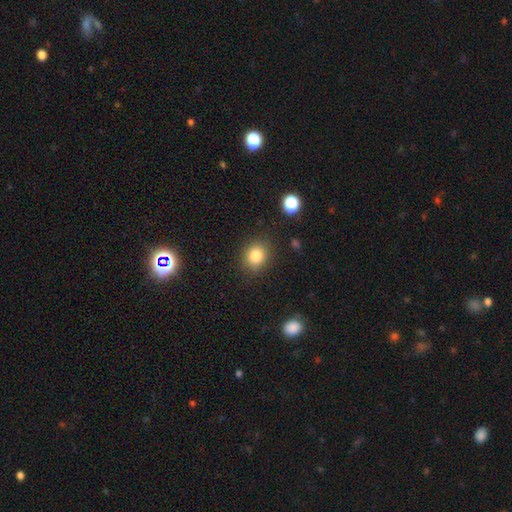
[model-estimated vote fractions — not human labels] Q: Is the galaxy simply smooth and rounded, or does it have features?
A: smooth — 82%.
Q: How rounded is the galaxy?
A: round — 69%.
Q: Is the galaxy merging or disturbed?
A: none — 84%.